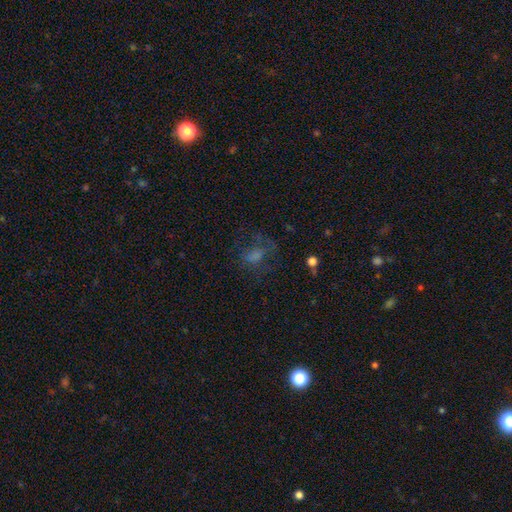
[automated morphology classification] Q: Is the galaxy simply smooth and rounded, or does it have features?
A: smooth — 40%.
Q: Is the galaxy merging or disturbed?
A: none — 54%.